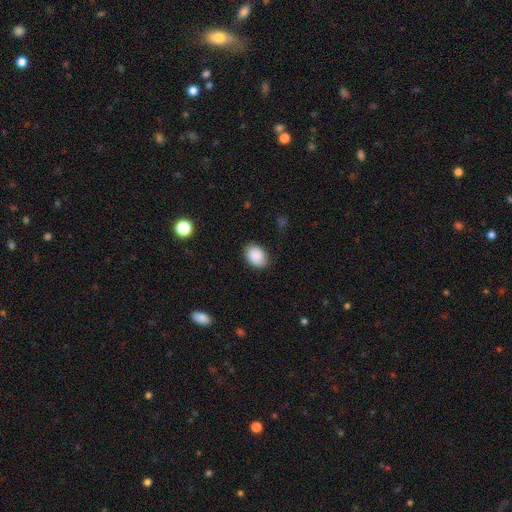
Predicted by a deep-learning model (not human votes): Smooth or featured: smooth — 88% (star or artifact — 7%)
How rounded: in between — 76% (round — 23%)
Merging: none — 82% (minor disturbance — 14%)